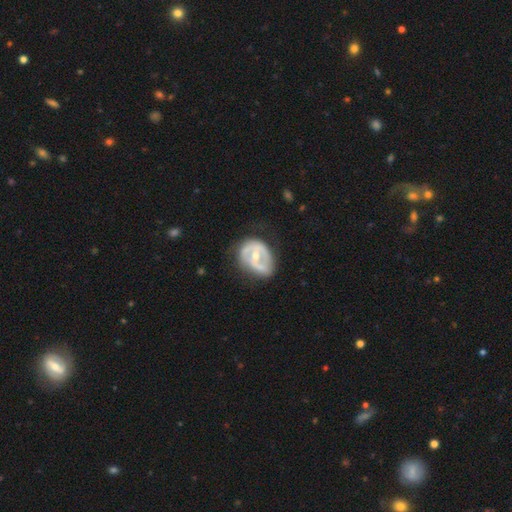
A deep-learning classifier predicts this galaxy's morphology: Overall: featured or disk (71%). Edge-on disk: no (96%). Bar: weak (37%; no 33%). Spiral arms: yes (52%; no 48%). Bulge size: moderate (55%; small 41%). Merging: none (48%; minor disturbance 30%).